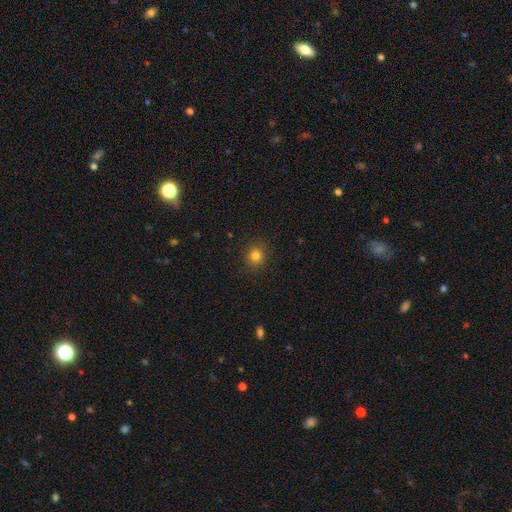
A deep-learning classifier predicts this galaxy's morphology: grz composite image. It shows a smooth galaxy with no disk features (81%) that is round (87%). Merging: none (90%).